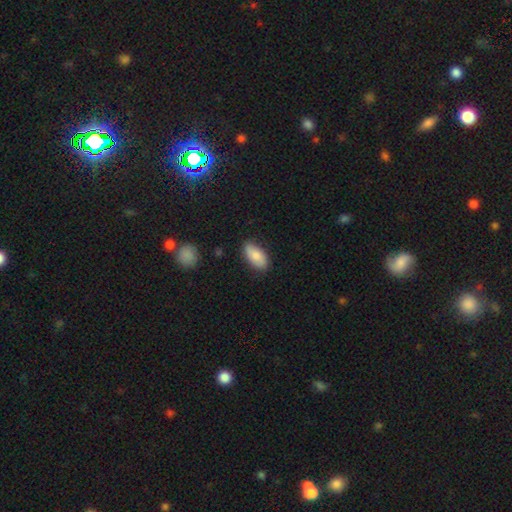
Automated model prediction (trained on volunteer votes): The model was most divided on "merging": none: 80%, minor disturbance: 15%, major disturbance: 3%, merger: 2%. More confident: how rounded — in between (93%); smooth or featured — smooth (80%).